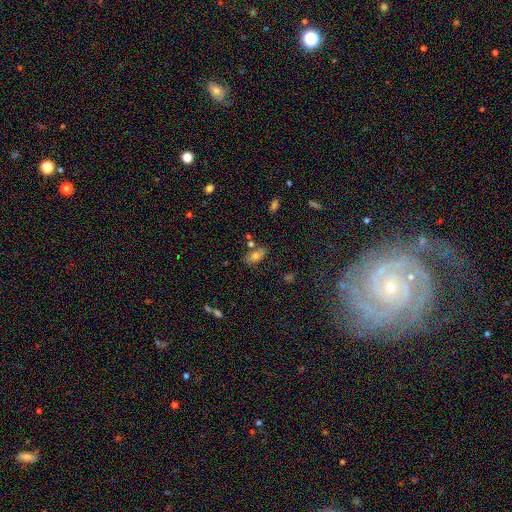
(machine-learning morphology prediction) smooth-or-featured: smooth: 70% | featured or disk: 19% | star or artifact: 12%
  how-rounded: in between: 87% | cigar-shaped: 7% | round: 6%
  merging: none: 65% | minor disturbance: 16% | merger: 14% | major disturbance: 5%